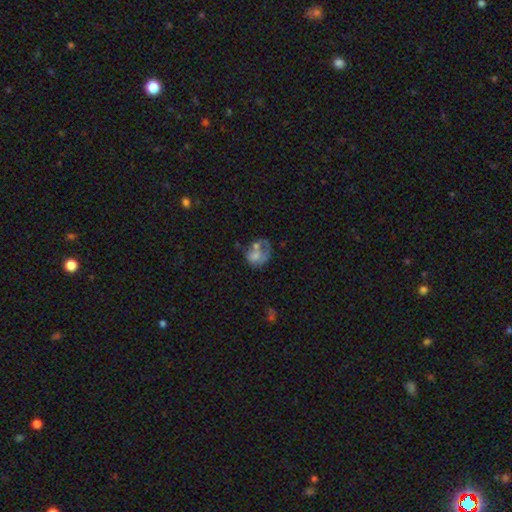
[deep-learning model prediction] A smooth galaxy with no disk features (48%).

Vote fractions:
- Smooth or featured? smooth: 48% / featured or disk: 41% / star or artifact: 11%
- Merging? major disturbance: 29% (tied) / none: 29% (tied) / merger: 23% / minor disturbance: 19%